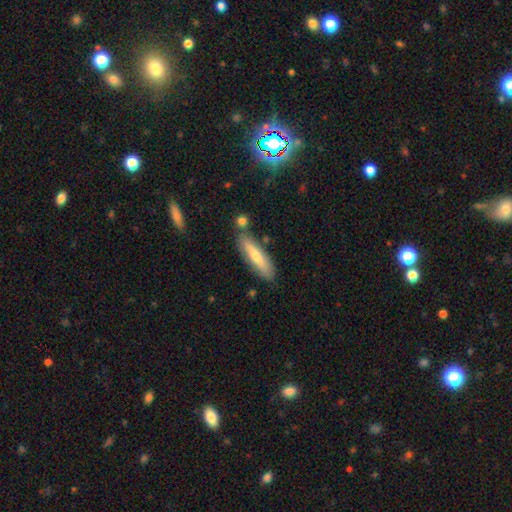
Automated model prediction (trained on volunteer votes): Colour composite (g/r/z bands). It shows a smooth galaxy with no disk features (58%) that is cigar-shaped (74%). Merging: none (78%).